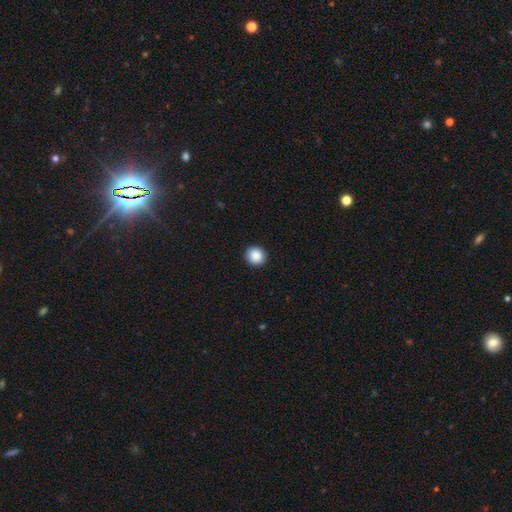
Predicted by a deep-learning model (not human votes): Q: Smooth or featured?
A: smooth (89%); runner-up: star or artifact (8%)
Q: How rounded?
A: round (84%); runner-up: in between (15%)
Q: Merging?
A: none (91%); runner-up: minor disturbance (6%)